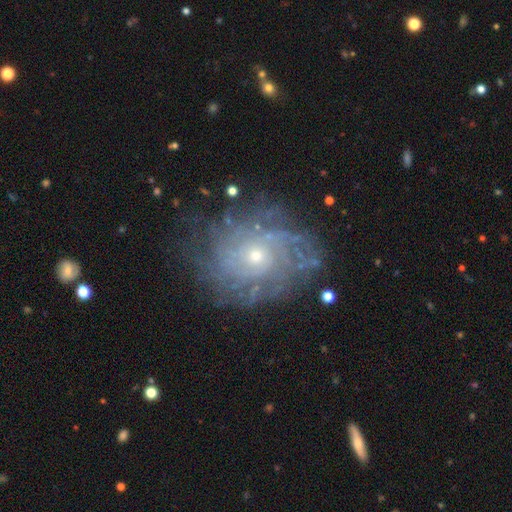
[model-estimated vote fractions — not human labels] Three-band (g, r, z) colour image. It shows a featured or disk galaxy (80%) with no bar (82%), tight (72%) spiral arms (90%) and a small central bulge (67%). Merging: none (77%).